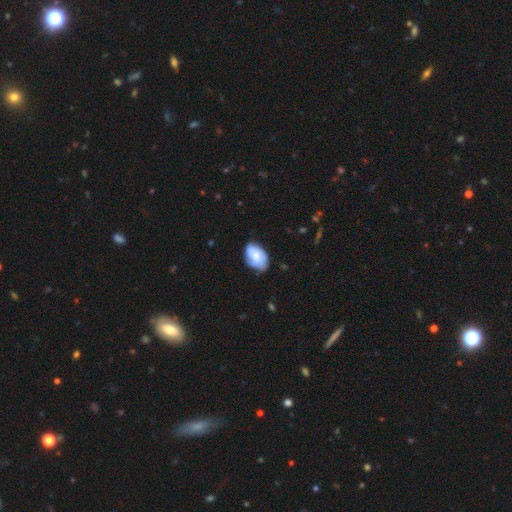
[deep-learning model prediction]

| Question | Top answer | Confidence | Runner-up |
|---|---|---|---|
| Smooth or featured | smooth | 67% | featured or disk (25%) |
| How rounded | in between | 89% | round (9%) |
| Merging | none | 61% | minor disturbance (30%) |